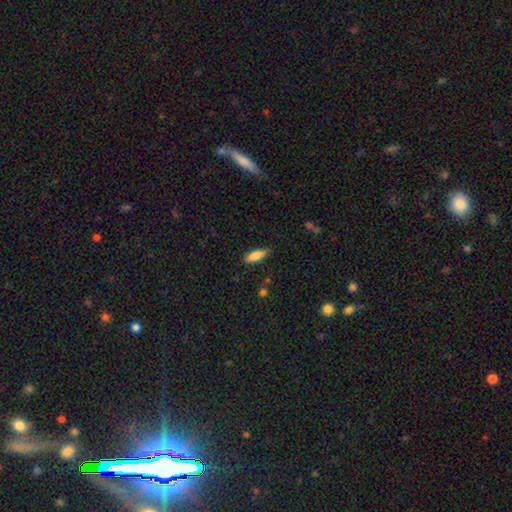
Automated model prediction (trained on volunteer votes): Smooth or featured? Predicted: smooth (p=0.81). How rounded? Predicted: in between (p=0.59). Merging? Predicted: none (p=0.85).